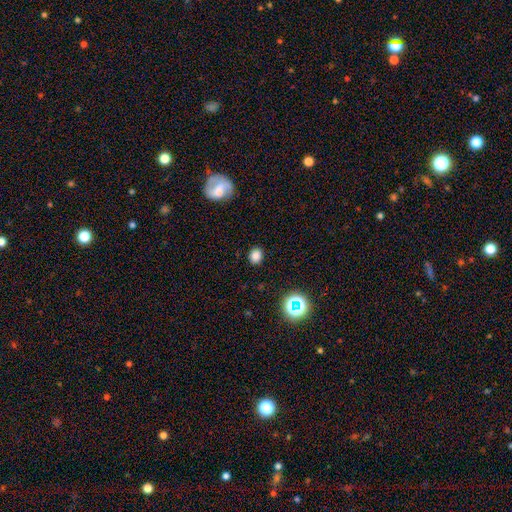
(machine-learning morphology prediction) Overall: smooth (80%). How rounded: round (63%; in between 36%). Merging: none (88%).